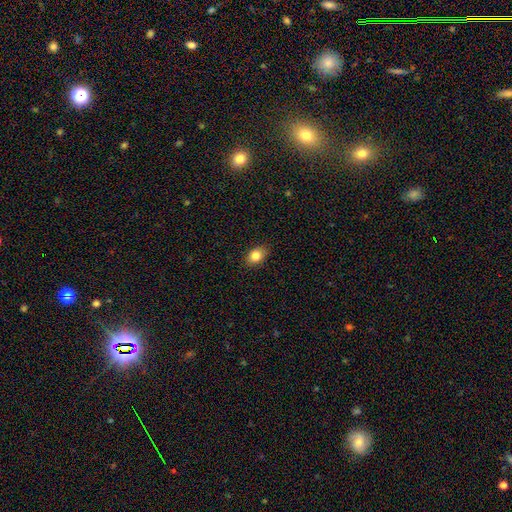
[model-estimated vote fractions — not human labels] Morphology: type=smooth (84%); roundness=in between (76%); merging=none (87%).